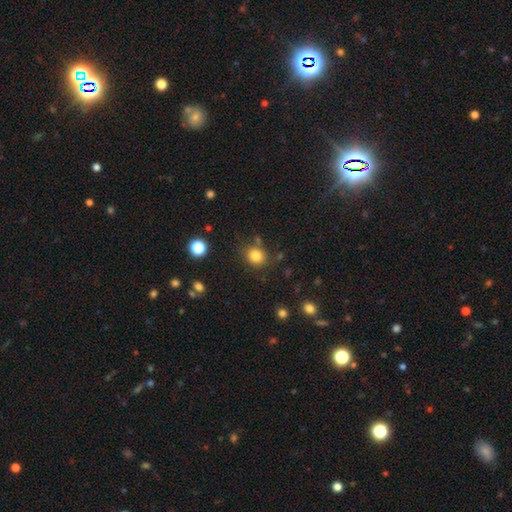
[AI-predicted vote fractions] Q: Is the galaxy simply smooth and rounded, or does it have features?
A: smooth — 83%.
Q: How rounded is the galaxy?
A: round — 77%.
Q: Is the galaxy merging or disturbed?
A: none — 77%.